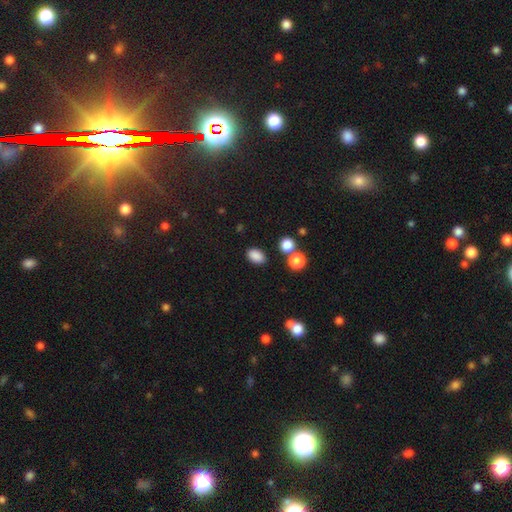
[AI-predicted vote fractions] Q: Smooth or featured?
A: smooth (86%); runner-up: star or artifact (10%)
Q: How rounded?
A: in between (84%); runner-up: round (14%)
Q: Merging?
A: none (82%); runner-up: minor disturbance (10%)